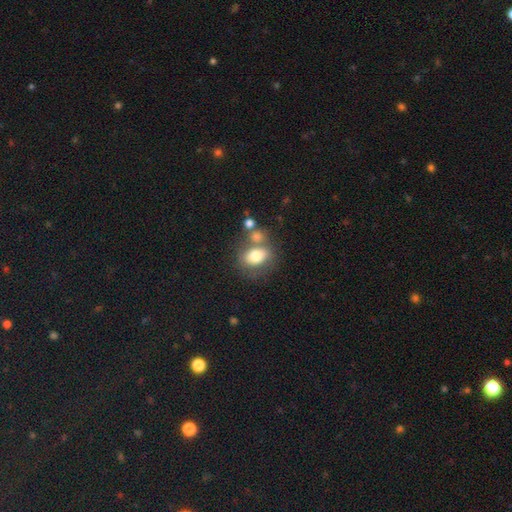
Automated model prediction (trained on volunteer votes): smooth_or_featured: smooth (p=0.74) [alt: featured or disk p=0.16]
how_rounded: in between (p=0.60) [alt: round p=0.39]
merging: none (p=0.48) [alt: merger p=0.28]